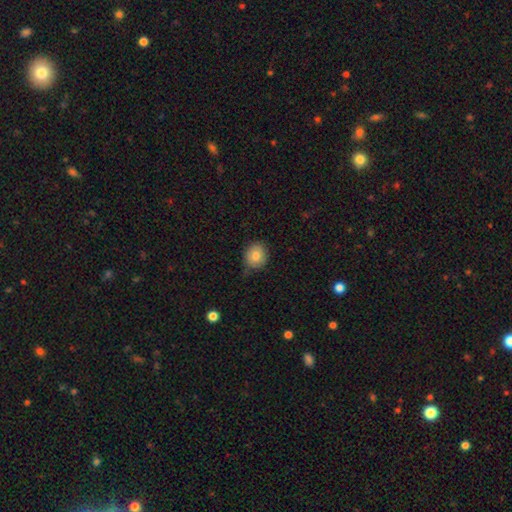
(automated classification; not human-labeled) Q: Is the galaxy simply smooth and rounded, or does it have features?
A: smooth — 81%.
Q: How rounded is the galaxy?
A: round — 71%.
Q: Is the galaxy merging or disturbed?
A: none — 75%.